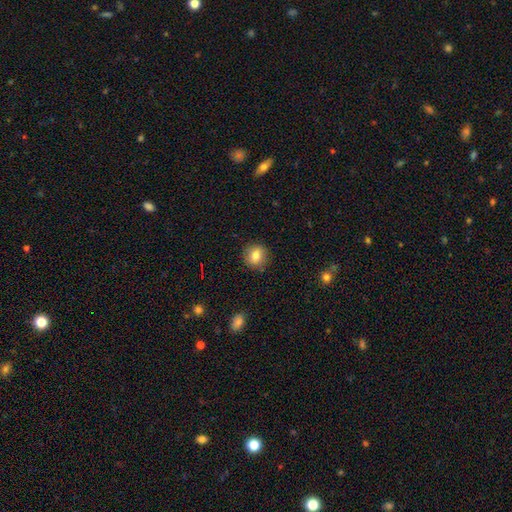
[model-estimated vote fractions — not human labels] Smooth or featured?
  - smooth: 81% *
  - star or artifact: 10%
  - featured or disk: 9%
How rounded?
  - round: 85% *
  - in between: 14%
  - cigar-shaped: 1%
Merging?
  - none: 89% *
  - minor disturbance: 8%
  - major disturbance: 2%
  - merger: 1%